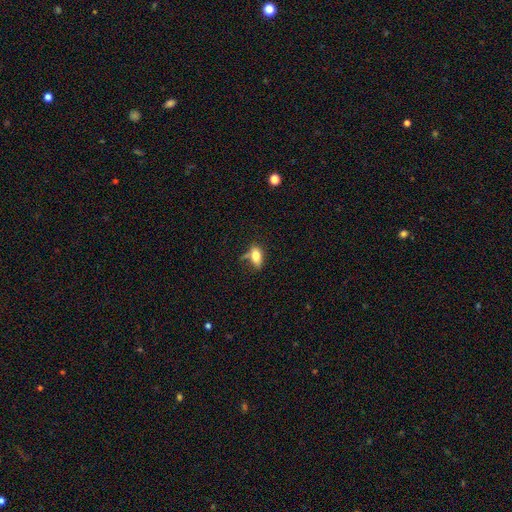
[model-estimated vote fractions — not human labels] A smooth galaxy with no disk features (76%) that is in between round and cigar-shaped (85%). Merging: none (48%).